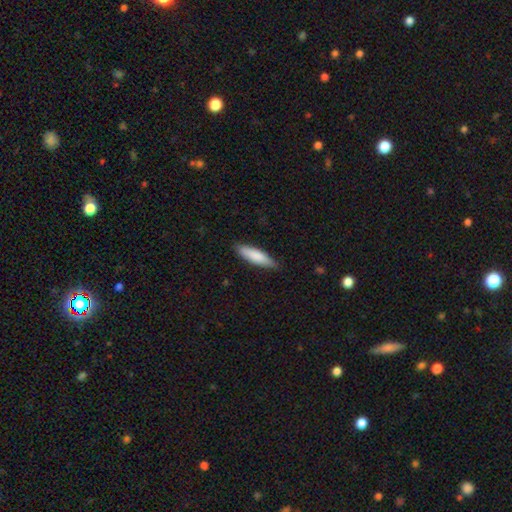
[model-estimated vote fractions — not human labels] Overall: smooth (82%). How rounded: cigar-shaped (67%; in between 32%). Merging: none (84%).